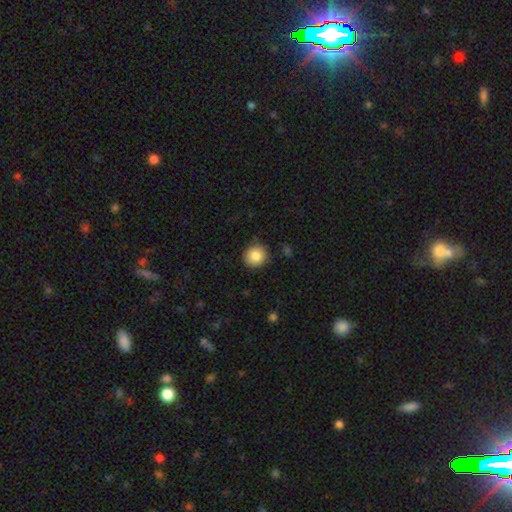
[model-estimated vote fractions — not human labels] The model was most divided on "smooth or featured": smooth: 86%, star or artifact: 9%, featured or disk: 6%. More confident: how rounded — round (92%); merging — none (89%).